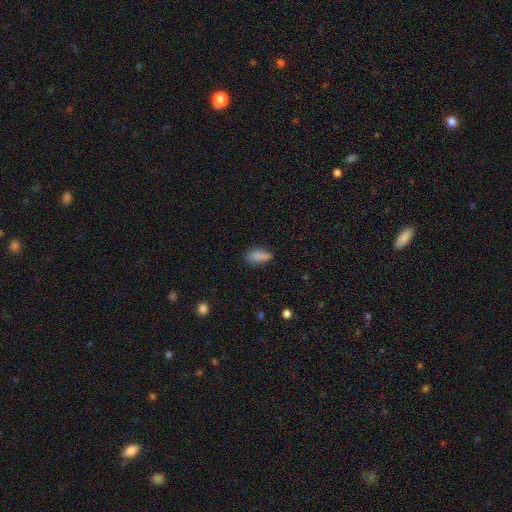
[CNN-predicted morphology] smooth_or_featured: smooth (p=0.83) [alt: star or artifact p=0.11]
how_rounded: in between (p=0.77) [alt: cigar-shaped p=0.19]
merging: none (p=0.69) [alt: minor disturbance p=0.23]